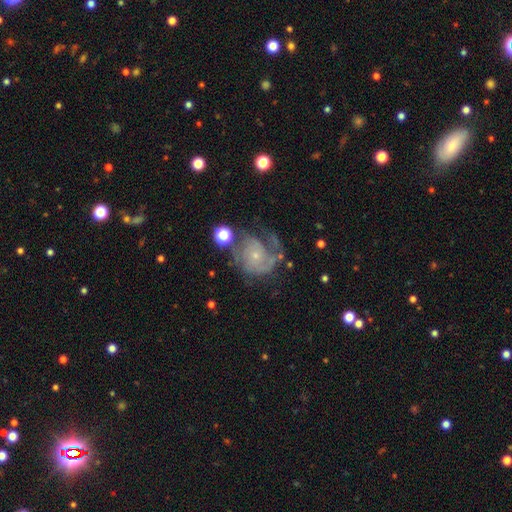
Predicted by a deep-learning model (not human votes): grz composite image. It shows a featured or disk galaxy (81%) with no bar (77%), 2 (37%) tight (45%) spiral arms (93%) and a small central bulge (80%). Merging: none (49%).